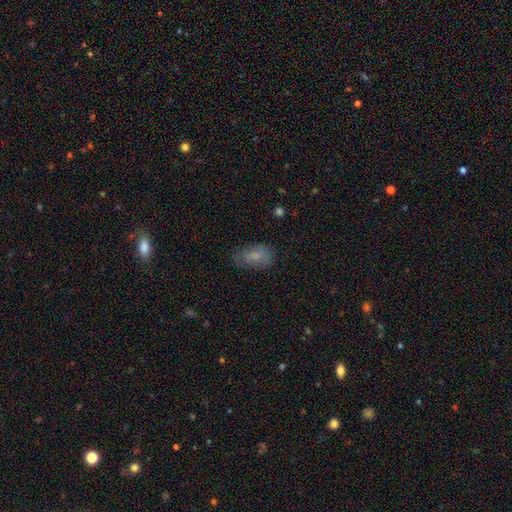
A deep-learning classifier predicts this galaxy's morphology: Smooth or featured? Predicted: smooth (p=0.76). How rounded? Predicted: in between (p=0.90). Merging? Predicted: none (p=0.63).